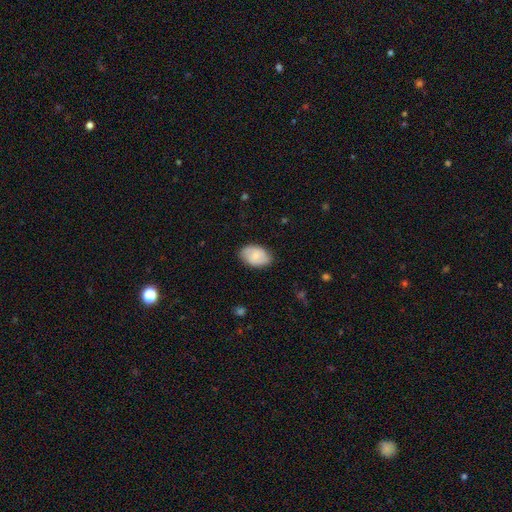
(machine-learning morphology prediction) Smooth or featured: smooth — 68% (featured or disk — 25%)
How rounded: in between — 89% (round — 10%)
Merging: none — 81% (minor disturbance — 15%)